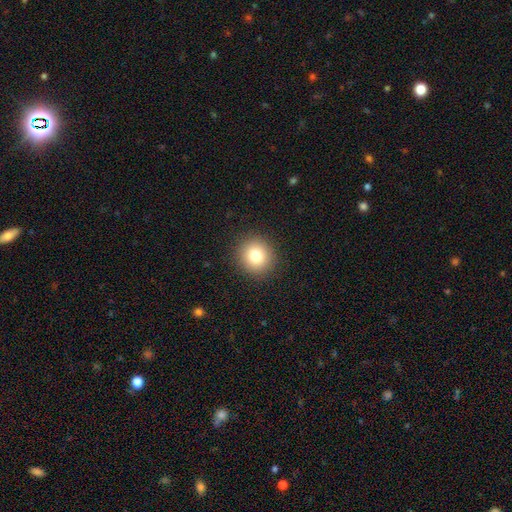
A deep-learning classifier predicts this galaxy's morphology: A smooth galaxy with no disk features (81%) that is round (90%). Merging: none (91%).